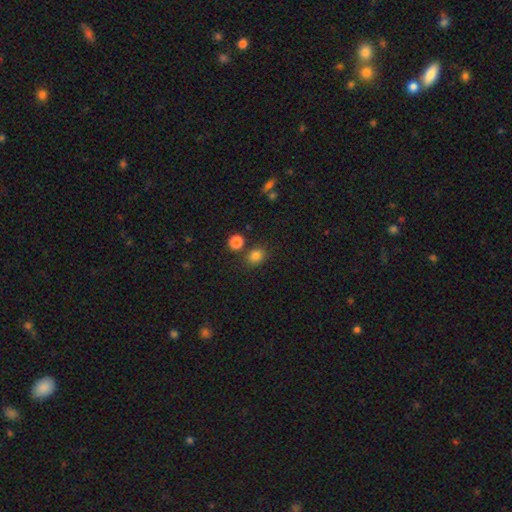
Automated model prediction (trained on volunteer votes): The model was most divided on "how rounded": round: 67%, in between: 32%, cigar-shaped: 1%. More confident: smooth or featured — smooth (81%); merging — none (78%).